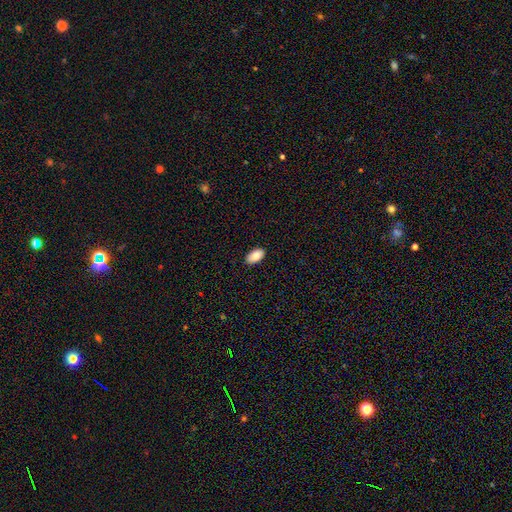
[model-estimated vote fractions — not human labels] Smooth or featured: smooth — 86% (featured or disk — 7%)
How rounded: in between — 95% (round — 3%)
Merging: none — 89% (minor disturbance — 8%)